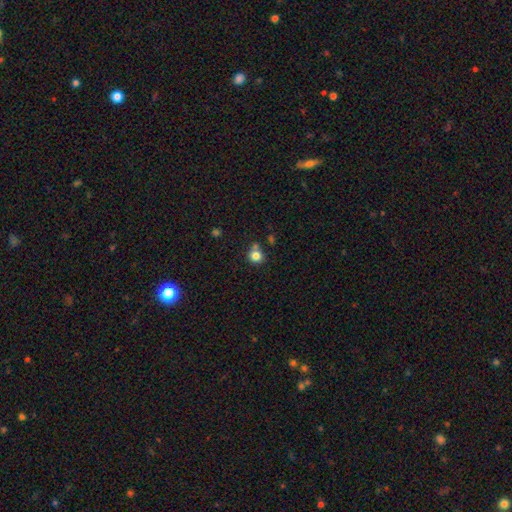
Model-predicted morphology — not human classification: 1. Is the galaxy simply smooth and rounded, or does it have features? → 81% smooth, 11% star or artifact, 7% featured or disk.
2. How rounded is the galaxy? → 85% round, 14% in between, 1% cigar-shaped.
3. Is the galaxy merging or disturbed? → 63% none, 17% merger, 15% minor disturbance, 5% major disturbance.